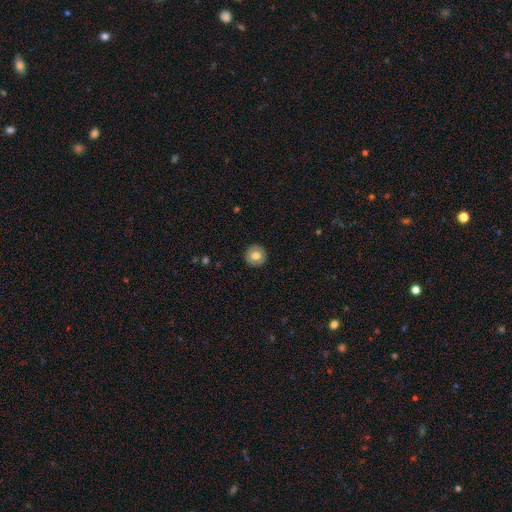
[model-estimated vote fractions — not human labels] This appears to be a smooth galaxy with no disk features (68%) that is round (93%). Merging: none (91%).